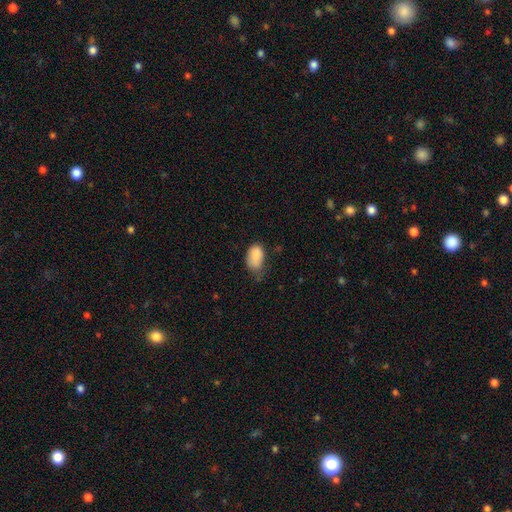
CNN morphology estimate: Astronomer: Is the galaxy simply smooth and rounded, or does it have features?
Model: smooth — 86%.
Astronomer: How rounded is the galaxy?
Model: in between — 89%.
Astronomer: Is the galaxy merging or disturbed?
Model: minor disturbance — 45% (runner-up: none, 38%).